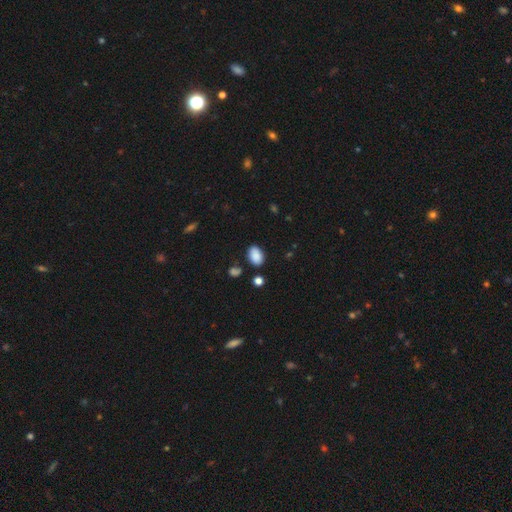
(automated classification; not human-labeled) Smooth or featured? smooth (87%)
How rounded? in between (87%)
Merging? none (78%)